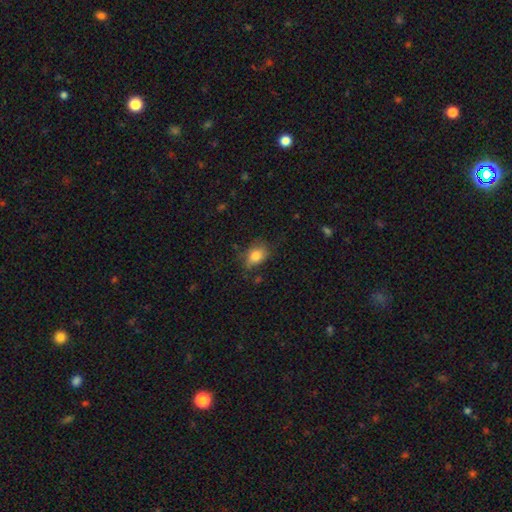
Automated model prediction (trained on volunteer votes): Smooth or featured?
  - smooth: 80% *
  - featured or disk: 11%
  - star or artifact: 9%
How rounded?
  - in between: 72% *
  - round: 26%
  - cigar-shaped: 2%
Merging?
  - none: 63% *
  - minor disturbance: 27%
  - major disturbance: 8%
  - merger: 2%